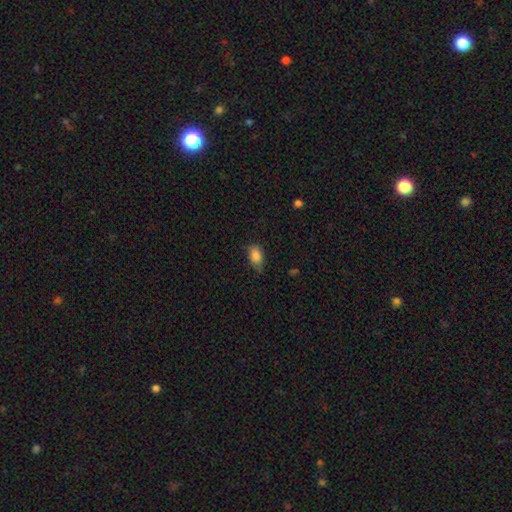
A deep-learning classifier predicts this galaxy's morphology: This is clearly a smooth galaxy (85%). How rounded: clearly in between (88%). Merging: likely none (69%).